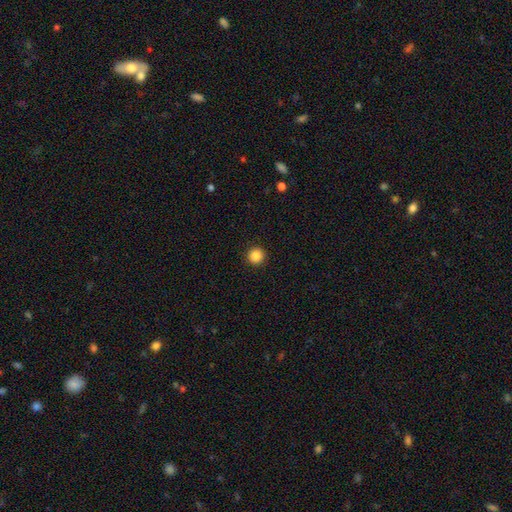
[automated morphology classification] This appears to be a smooth galaxy with no disk features (87%) that is round (96%). Merging: none (93%).